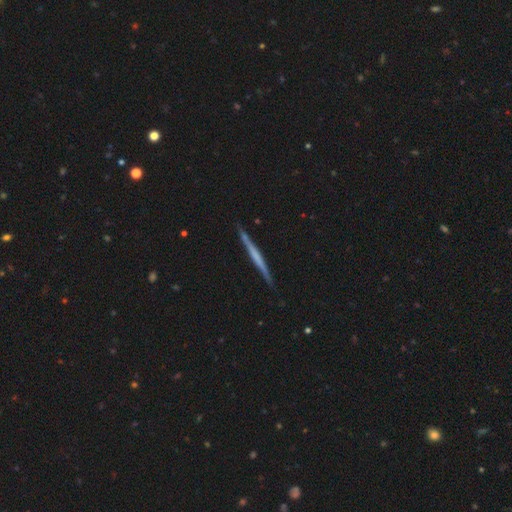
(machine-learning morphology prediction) This is likely a featured or disk galaxy (62%). It is clearly viewed edge-on (98%). Edge-on bulge: likely none (78%). Merging: clearly none (90%).